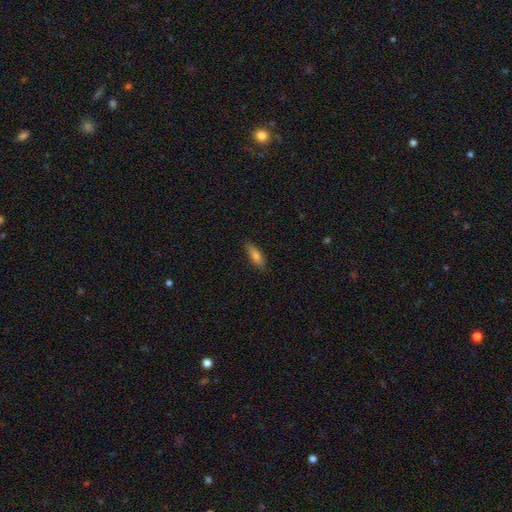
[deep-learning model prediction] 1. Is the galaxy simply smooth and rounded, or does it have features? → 74% smooth, 18% featured or disk, 7% star or artifact.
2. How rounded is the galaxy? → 50% in between, 48% cigar-shaped, 2% round.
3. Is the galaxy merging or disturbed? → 84% none, 13% minor disturbance, 2% major disturbance, 1% merger.